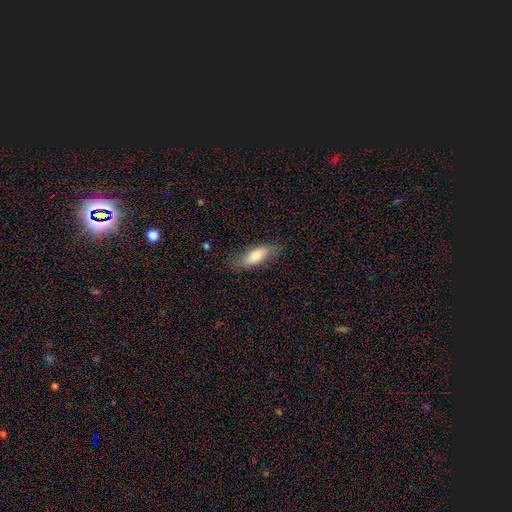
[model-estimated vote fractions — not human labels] This appears to be a smooth galaxy with no disk features (76%) that is in between round and cigar-shaped (69%). Merging: none (74%).